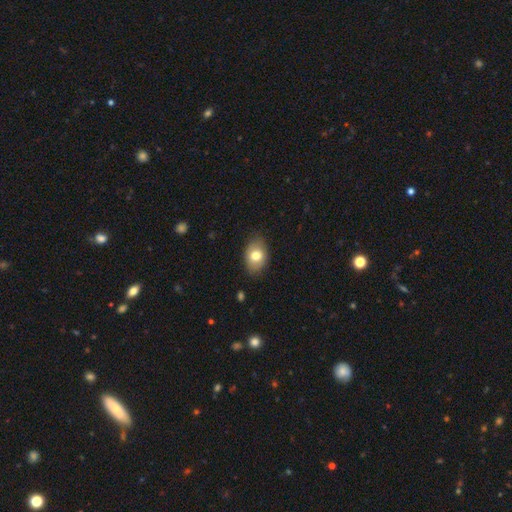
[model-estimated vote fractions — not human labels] Morphology: type=smooth (76%); roundness=in between (81%); merging=none (82%).